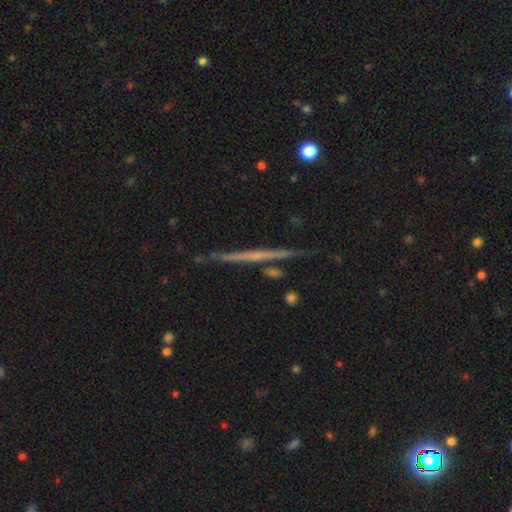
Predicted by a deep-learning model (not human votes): Morphology: type=featured or disk (68%); edge-on=yes (98%); edge-on bulge=none (77%); merging=none (87%).